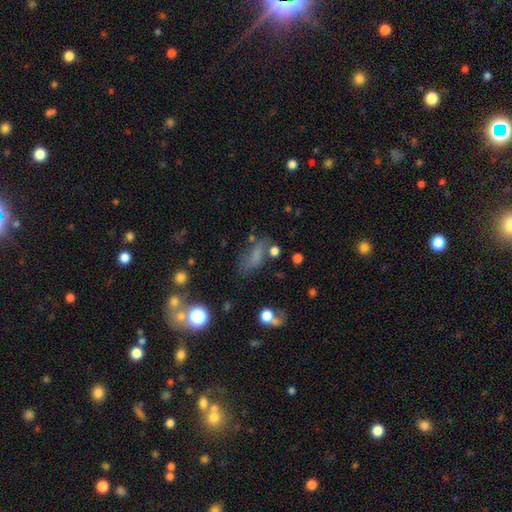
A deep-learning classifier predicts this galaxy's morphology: Smooth or featured?
  - smooth: 61% *
  - star or artifact: 20%
  - featured or disk: 19%
How rounded?
  - in between: 66% *
  - cigar-shaped: 25%
  - round: 9%
Merging?
  - none: 47% *
  - minor disturbance: 24%
  - major disturbance: 20%
  - merger: 9%